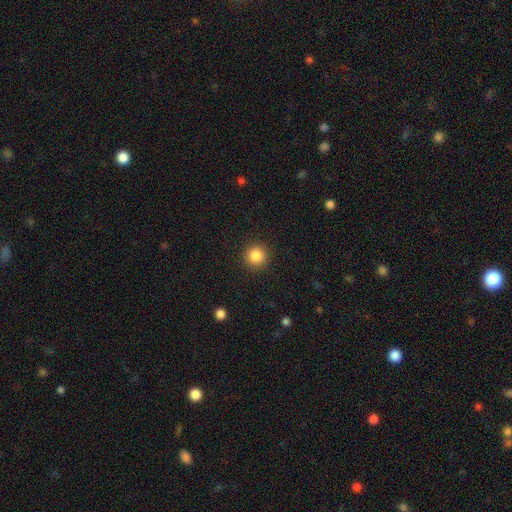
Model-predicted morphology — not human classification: Smooth or featured? smooth (86%)
How rounded? round (95%)
Merging? none (92%)